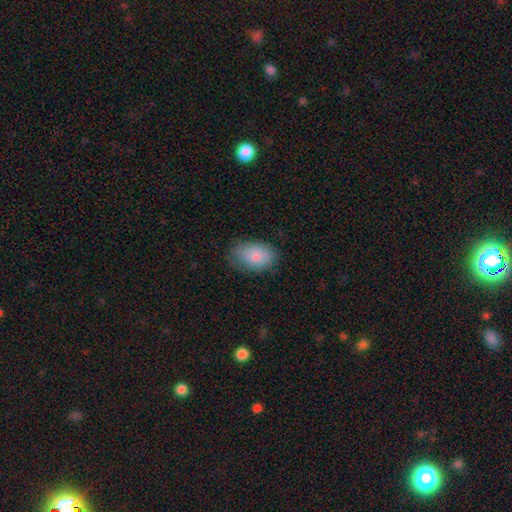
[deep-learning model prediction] Smooth or featured? smooth (83%)
How rounded? in between (88%)
Merging? none (73%)